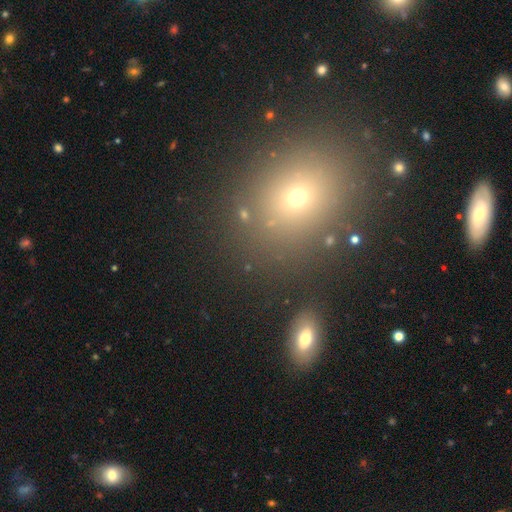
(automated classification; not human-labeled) smooth 58%, star or artifact 29%, featured or disk 13%. Down the decision tree: how rounded — round (52%); merging — none (83%).